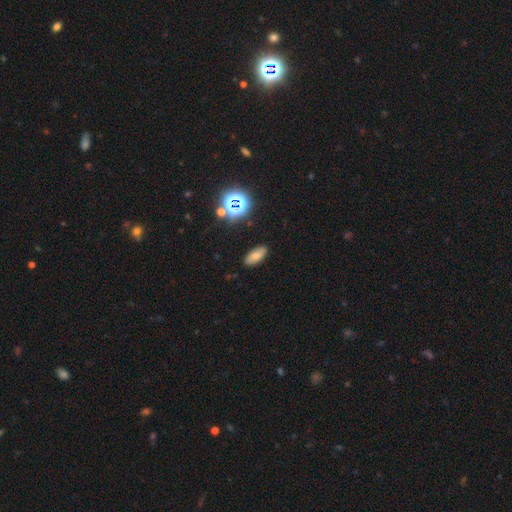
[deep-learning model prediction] smooth 69%, star or artifact 16%, featured or disk 15%. Down the decision tree: how rounded — in between (86%); merging — none (88%).